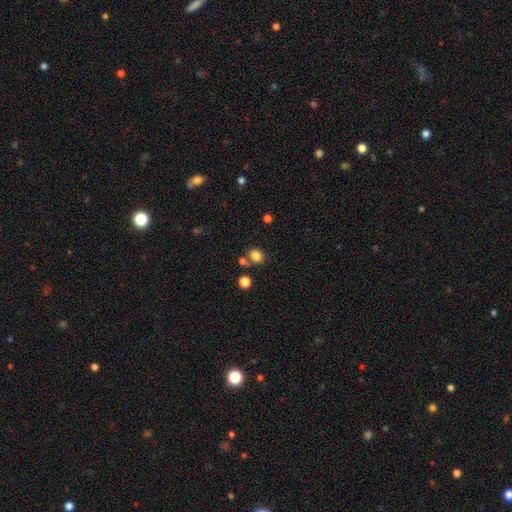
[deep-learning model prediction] This appears to be a smooth galaxy with no disk features (83%) that is round (71%). Merging: none (71%).